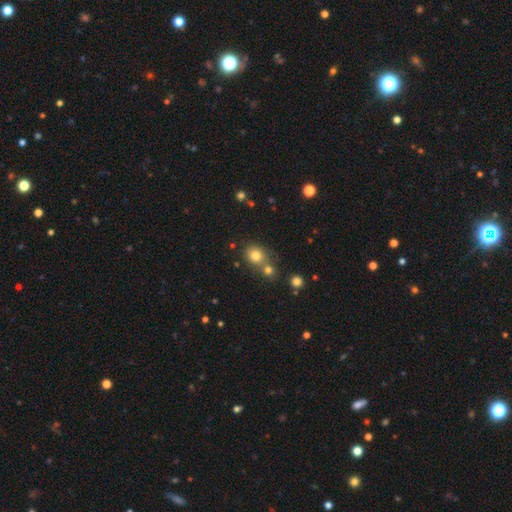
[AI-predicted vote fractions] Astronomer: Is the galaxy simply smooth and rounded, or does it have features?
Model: smooth — 78%.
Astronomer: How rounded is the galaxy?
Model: round — 70%.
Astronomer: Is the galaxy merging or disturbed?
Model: none — 55% (runner-up: merger, 33%).